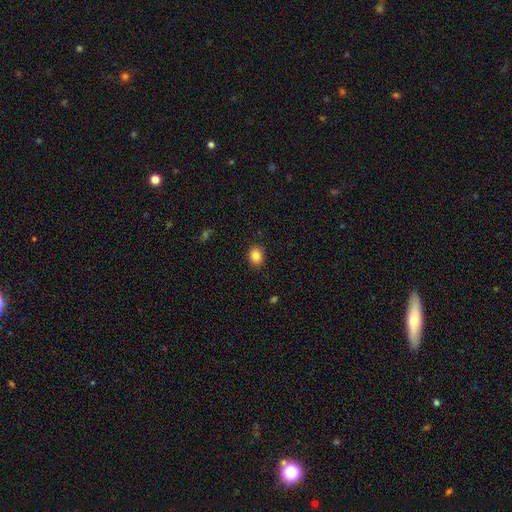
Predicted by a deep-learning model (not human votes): Smooth or featured?
  - smooth: 85% *
  - star or artifact: 10%
  - featured or disk: 5%
How rounded?
  - in between: 50% *
  - round: 49%
  - cigar-shaped: 1%
Merging?
  - none: 88% *
  - minor disturbance: 8%
  - major disturbance: 2%
  - merger: 1%